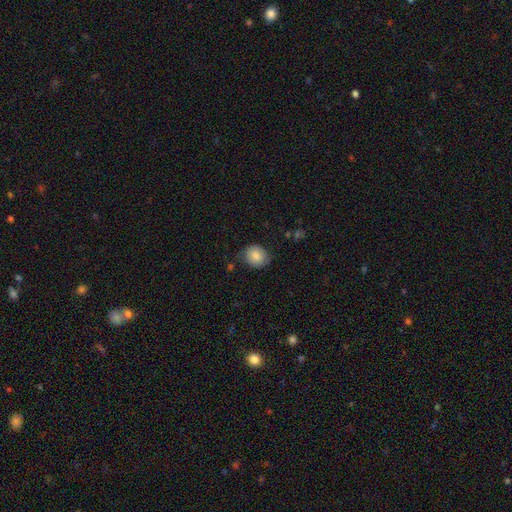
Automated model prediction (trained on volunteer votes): Smooth or featured? Predicted: smooth (p=0.82). How rounded? Predicted: round (p=0.66). Merging? Predicted: none (p=0.72).